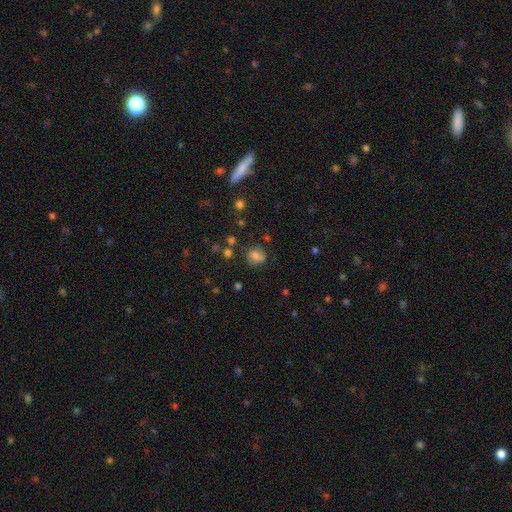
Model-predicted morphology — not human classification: This appears to be a smooth galaxy with no disk features (68%) that is round (73%). Merging: none (69%).